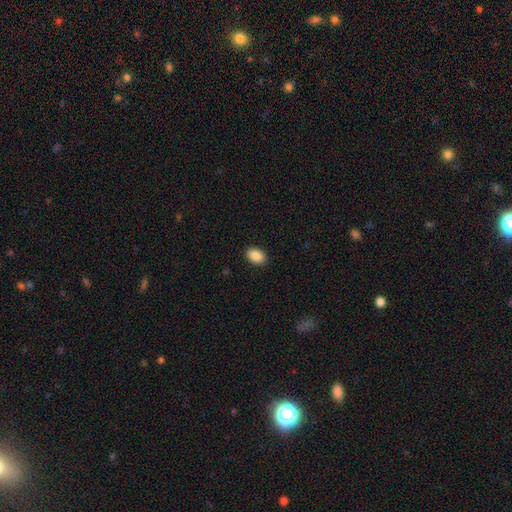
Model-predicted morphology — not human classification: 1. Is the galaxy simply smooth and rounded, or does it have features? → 90% smooth, 8% star or artifact, 3% featured or disk.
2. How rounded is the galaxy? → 84% in between, 15% round, 1% cigar-shaped.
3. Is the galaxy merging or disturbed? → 90% none, 7% minor disturbance, 2% major disturbance, 1% merger.